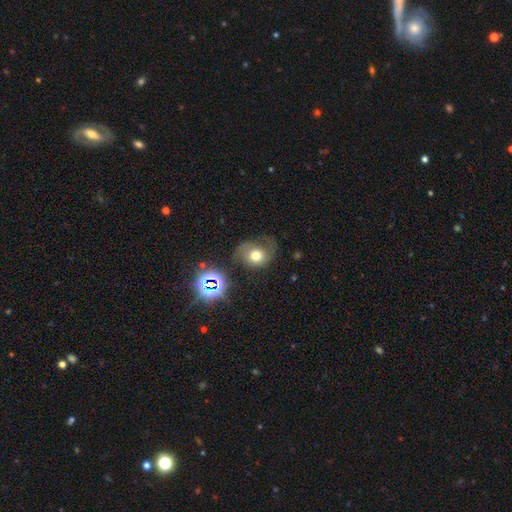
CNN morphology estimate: A smooth galaxy with no disk features (55%) that is round (60%). Merging: none (48%).